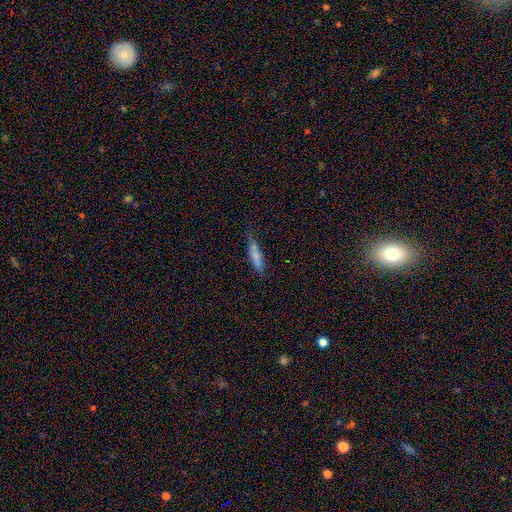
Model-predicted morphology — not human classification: This is likely a smooth galaxy (75%). How rounded: likely cigar-shaped (72%). Merging: likely none (68%).